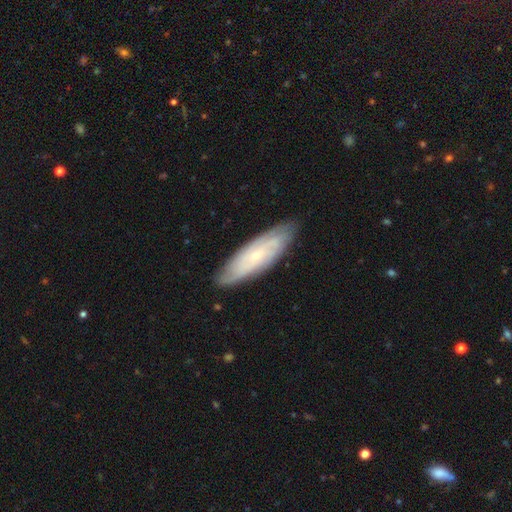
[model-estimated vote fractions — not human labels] The model was most divided on "smooth or featured": featured or disk: 64%, smooth: 30%, star or artifact: 6%. More confident: merging — none (83%); edge-on disk — no (76%).